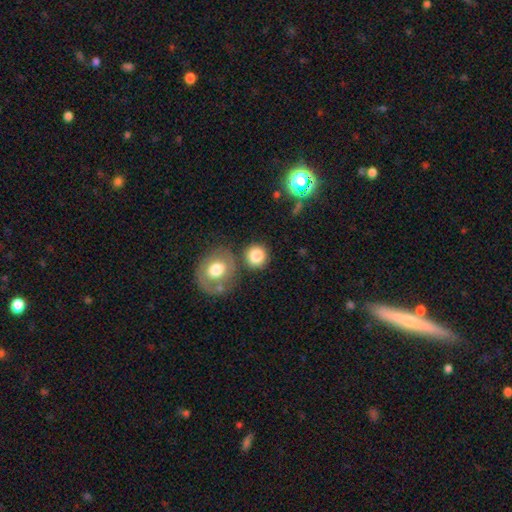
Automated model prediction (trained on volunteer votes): This appears to be a smooth galaxy with no disk features (81%) that is round (88%). Merging: none (72%).